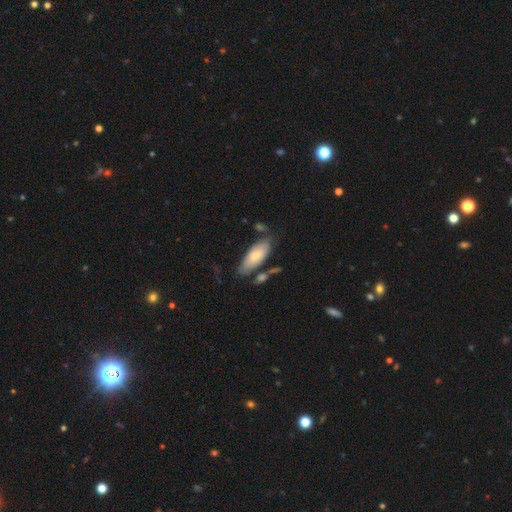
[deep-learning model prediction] Q: Smooth or featured?
A: smooth (78%); runner-up: featured or disk (16%)
Q: How rounded?
A: in between (81%); runner-up: cigar-shaped (17%)
Q: Merging?
A: none (62%); runner-up: minor disturbance (22%)